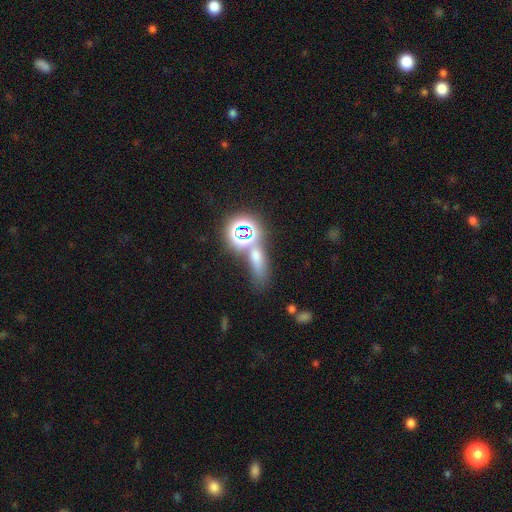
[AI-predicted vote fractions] A smooth galaxy with no disk features (48%).

Vote fractions:
- Smooth or featured? smooth: 48% / star or artifact: 38% / featured or disk: 13%
- Merging? none: 54% / merger: 26% / minor disturbance: 13% / major disturbance: 7%